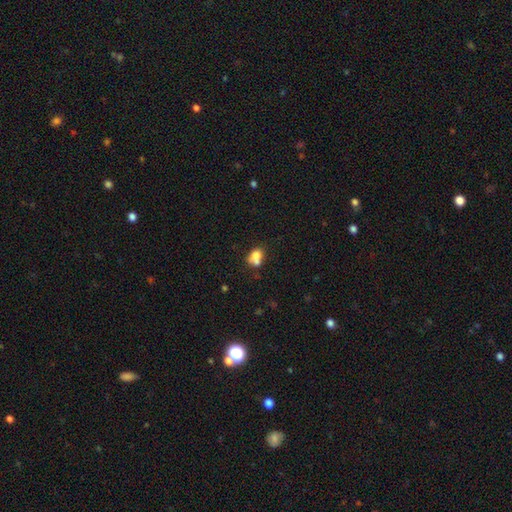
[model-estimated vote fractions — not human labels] Overall: smooth (72%). How rounded: in between (57%; round 42%). Merging: merger (48%; none 32%).